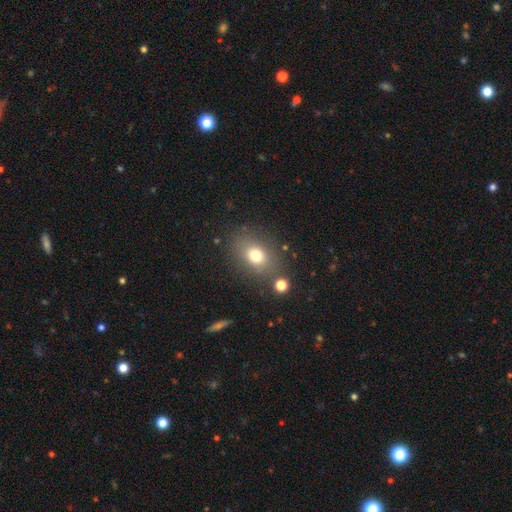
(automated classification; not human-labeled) This is likely a smooth galaxy (74%). How rounded: likely in between (63%). Merging: likely none (78%).